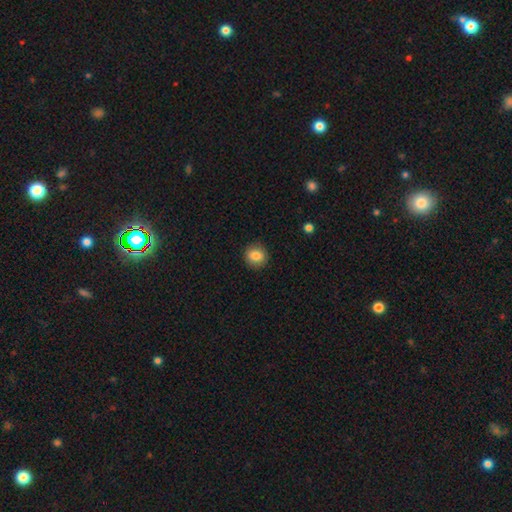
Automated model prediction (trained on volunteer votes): Q: Smooth or featured?
A: smooth (83%); runner-up: star or artifact (9%)
Q: How rounded?
A: round (84%); runner-up: in between (15%)
Q: Merging?
A: none (89%); runner-up: minor disturbance (8%)